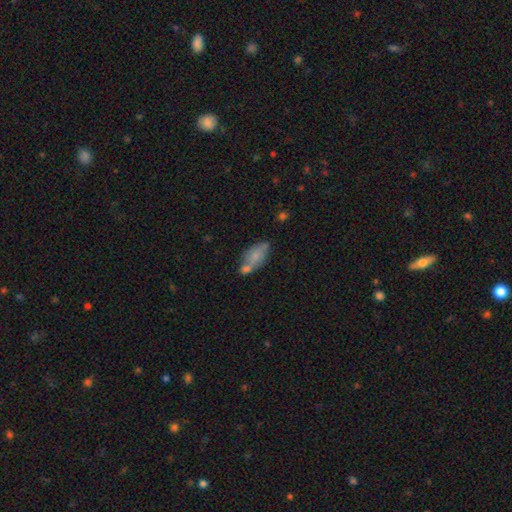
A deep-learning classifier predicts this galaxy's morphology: The model was most divided on "merging": none: 42%, merger: 32%, minor disturbance: 19%, major disturbance: 7%. More confident: how rounded — in between (85%); smooth or featured — smooth (71%).